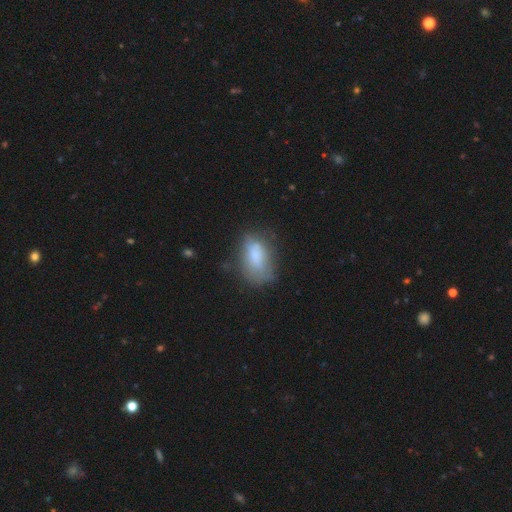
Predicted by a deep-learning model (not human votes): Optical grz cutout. It shows a smooth galaxy with no disk features (70%) that is in between round and cigar-shaped (89%). Merging: none (49%).